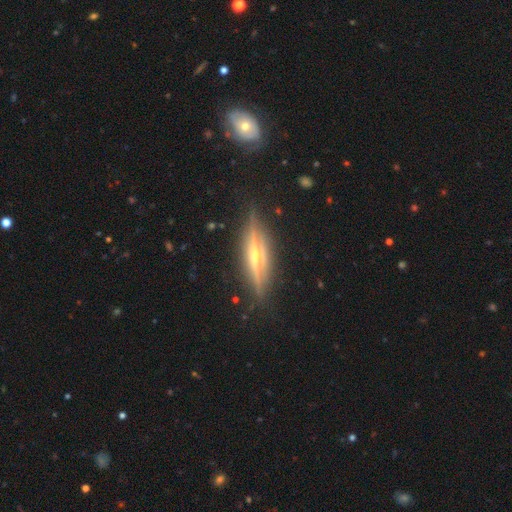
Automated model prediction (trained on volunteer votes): Q: Smooth or featured?
A: featured or disk (81%); runner-up: smooth (12%)
Q: Edge-on disk?
A: yes (95%); runner-up: no (5%)
Q: Edge-on bulge?
A: rounded (82%); runner-up: none (10%)
Q: Merging?
A: none (85%); runner-up: minor disturbance (10%)